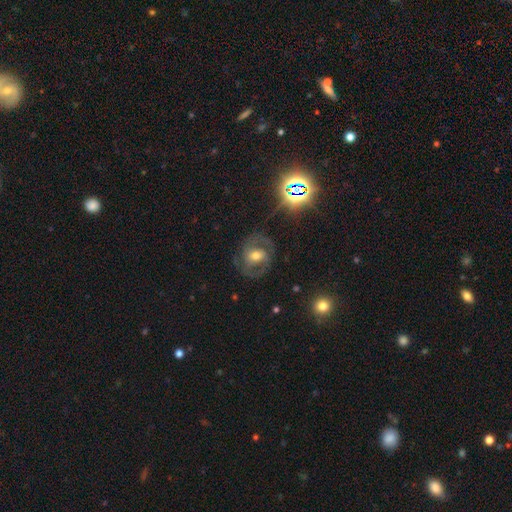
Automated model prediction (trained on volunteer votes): smooth_or_featured: featured or disk (p=0.71) [alt: smooth p=0.17]
disk_edge_on: no (p=0.97) [alt: yes p=0.03]
bar: no (p=0.44) [alt: weak p=0.37]
has_spiral_arms: yes (p=0.85) [alt: no p=0.15]
spiral_winding: medium (p=0.51) [alt: tight p=0.34]
spiral_arm_count: 2 (p=0.79) [alt: can't tell p=0.11]
bulge_size: moderate (p=0.65) [alt: small p=0.21]
merging: none (p=0.73) [alt: minor disturbance p=0.14]